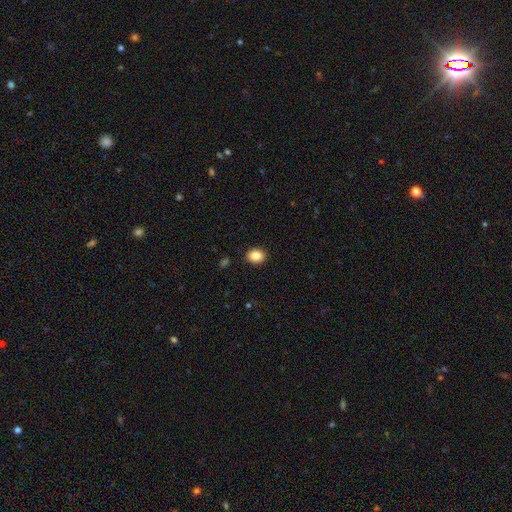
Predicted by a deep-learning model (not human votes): Smooth or featured? Predicted: smooth (p=0.87). How rounded? Predicted: in between (p=0.54). Merging? Predicted: none (p=0.90).